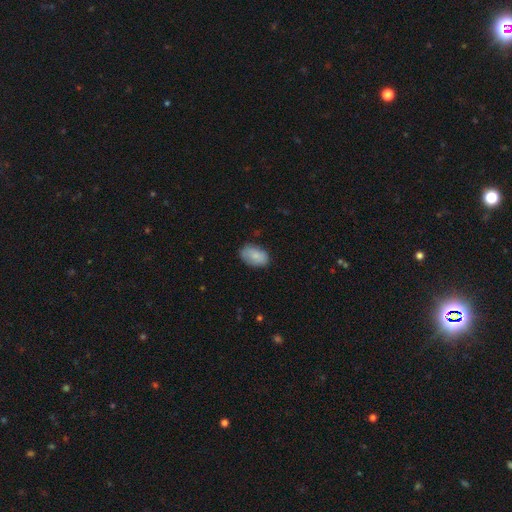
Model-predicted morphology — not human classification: Smooth or featured?
  - smooth: 84% *
  - featured or disk: 10%
  - star or artifact: 6%
How rounded?
  - in between: 91% *
  - round: 7%
  - cigar-shaped: 1%
Merging?
  - none: 78% *
  - minor disturbance: 18%
  - major disturbance: 3%
  - merger: 1%